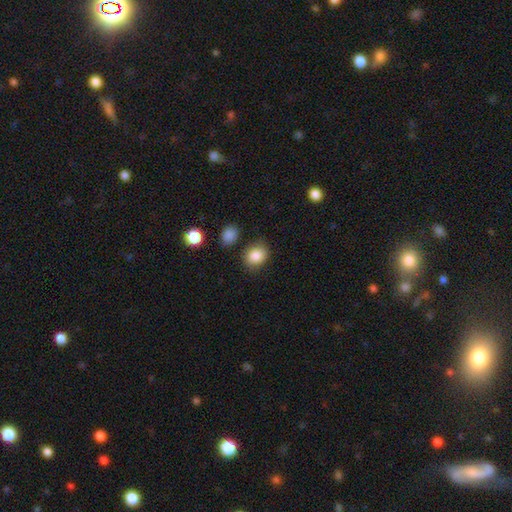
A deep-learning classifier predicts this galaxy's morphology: Smooth or featured?
  - smooth: 86% *
  - star or artifact: 8%
  - featured or disk: 6%
How rounded?
  - round: 55% *
  - in between: 44%
  - cigar-shaped: 1%
Merging?
  - none: 77% *
  - minor disturbance: 15%
  - major disturbance: 4%
  - merger: 4%